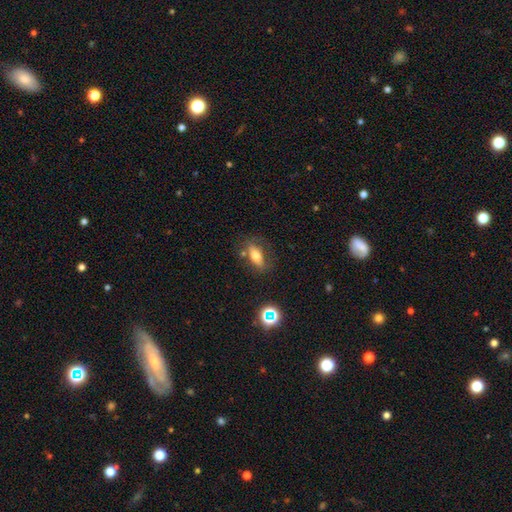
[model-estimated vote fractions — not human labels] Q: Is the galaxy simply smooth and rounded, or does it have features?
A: smooth — 64%.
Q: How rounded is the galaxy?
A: in between — 75%.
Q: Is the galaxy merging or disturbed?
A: none — 70%.